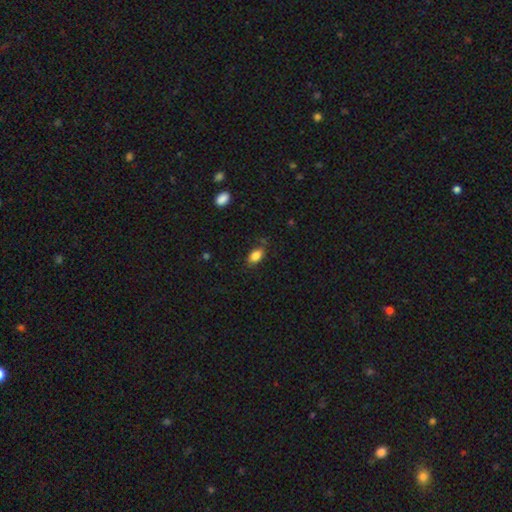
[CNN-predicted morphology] Overall: smooth (85%). How rounded: in between (88%). Merging: none (79%).